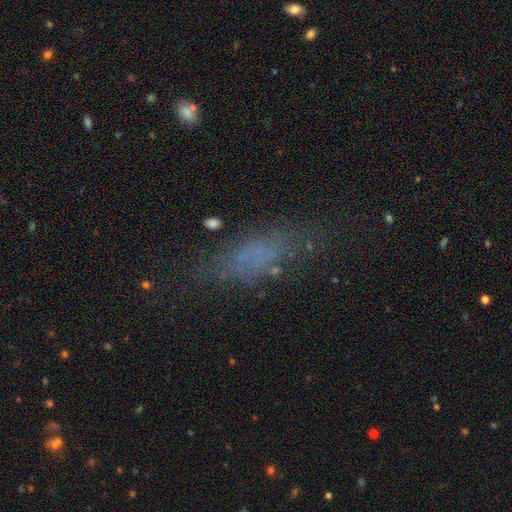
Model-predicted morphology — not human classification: Smooth or featured? smooth (54%)
How rounded? in between (56%)
Merging? none (58%)